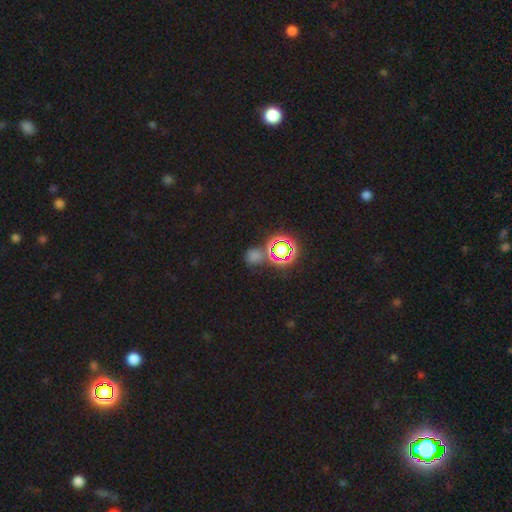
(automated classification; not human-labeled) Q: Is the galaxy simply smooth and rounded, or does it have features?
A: star or artifact — 56%.